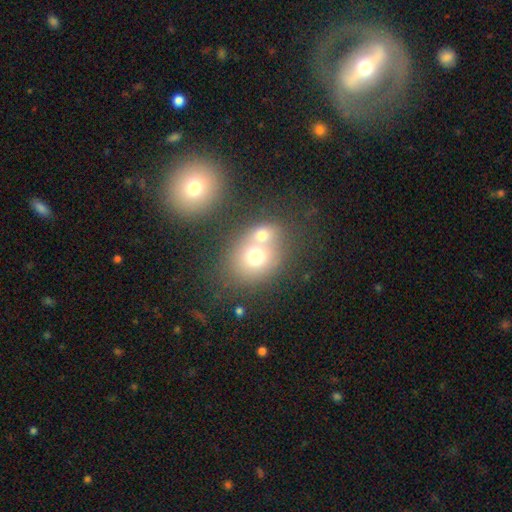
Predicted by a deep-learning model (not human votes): Smooth or featured? smooth (68%)
How rounded? round (61%)
Merging? merger (54%)